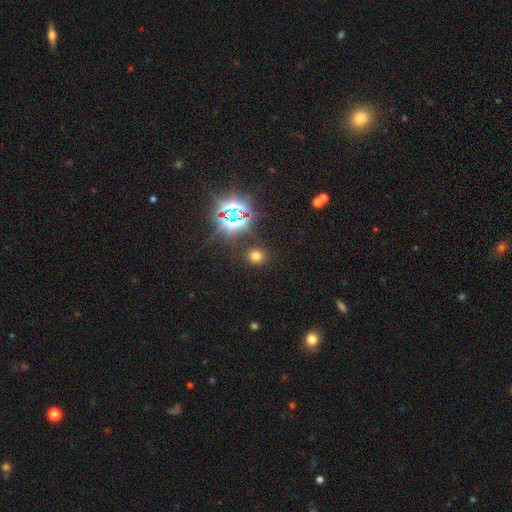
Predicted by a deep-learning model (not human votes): A smooth galaxy with no disk features (63%) that is round (80%). Merging: none (86%).